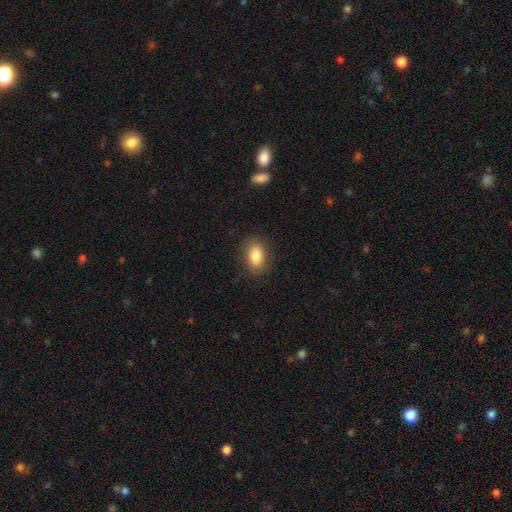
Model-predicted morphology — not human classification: Smooth or featured?
  - smooth: 84% *
  - featured or disk: 9%
  - star or artifact: 8%
How rounded?
  - in between: 86% *
  - round: 12%
  - cigar-shaped: 2%
Merging?
  - none: 86% *
  - minor disturbance: 10%
  - major disturbance: 3%
  - merger: 1%